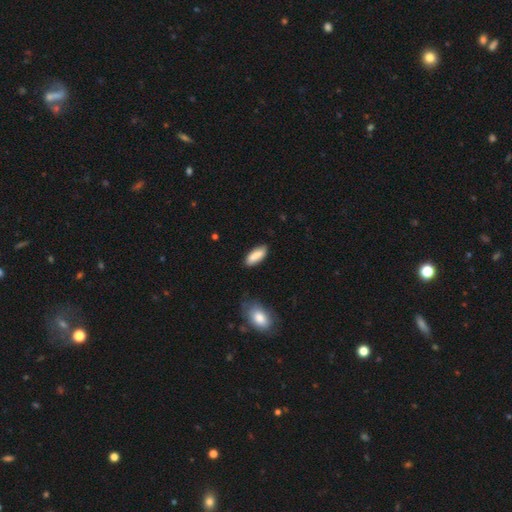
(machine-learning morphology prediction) This appears to be a smooth galaxy with no disk features (84%) that is in between round and cigar-shaped (73%). Merging: none (82%).